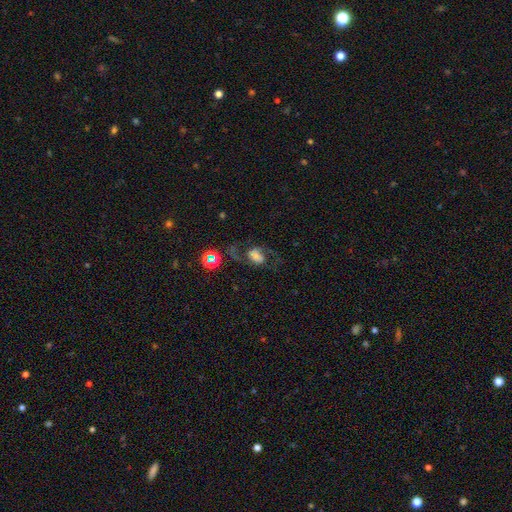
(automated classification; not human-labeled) This is possibly a featured or disk galaxy (60%). It is clearly not viewed edge-on (96%). Bar: possibly no (52%). Spiral arm pattern: clearly yes (83%). Central bulge: marginally small (32%). Merging: possibly none (56%).